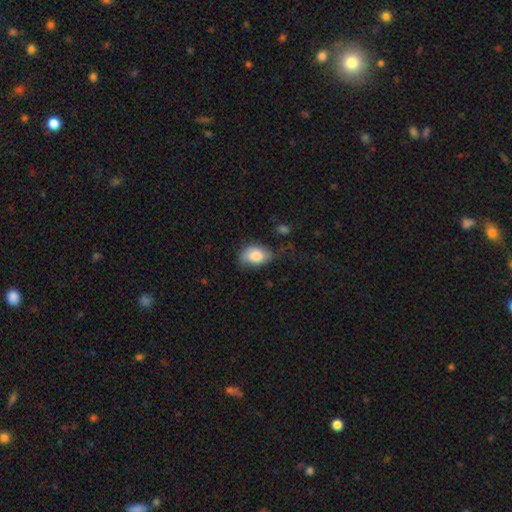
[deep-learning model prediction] smooth_or_featured: smooth (p=0.82) [alt: featured or disk p=0.10]
how_rounded: in between (p=0.84) [alt: round p=0.15]
merging: none (p=0.57) [alt: minor disturbance p=0.31]